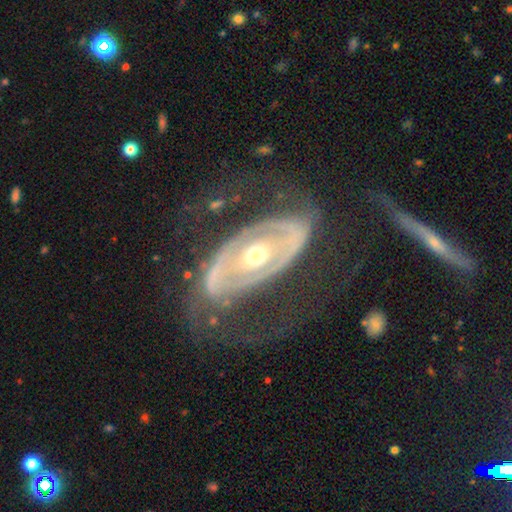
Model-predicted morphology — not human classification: This is clearly a featured or disk galaxy (83%). It is clearly not viewed edge-on (90%). Bar: likely no (63%). Spiral arm pattern: likely yes (70%). Spiral arm count: likely 2 (70%). Spiral winding: marginally tight (41%). Central bulge: likely moderate (74%). Merging: possibly none (58%).